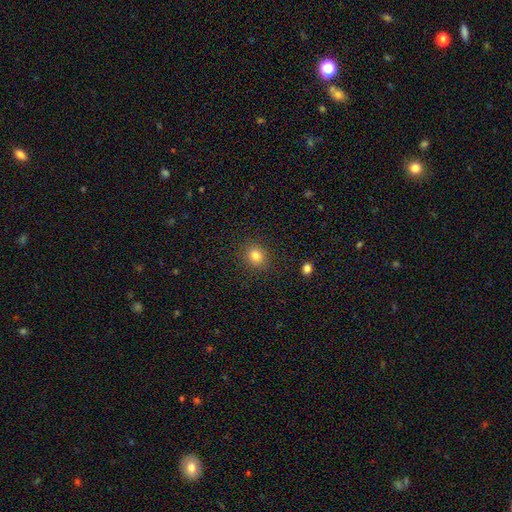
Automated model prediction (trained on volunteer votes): This is clearly a smooth galaxy (81%). How rounded: likely round (70%). Merging: clearly none (88%).